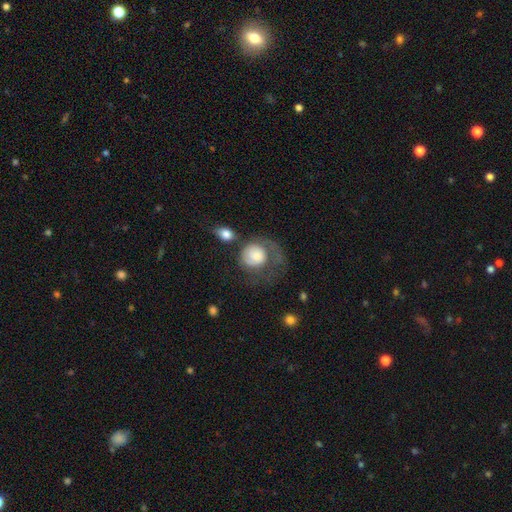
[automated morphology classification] The model was most divided on "smooth or featured": smooth: 53%, featured or disk: 40%, star or artifact: 7%. Remaining: how rounded — round (76%); merging — major disturbance (47%).